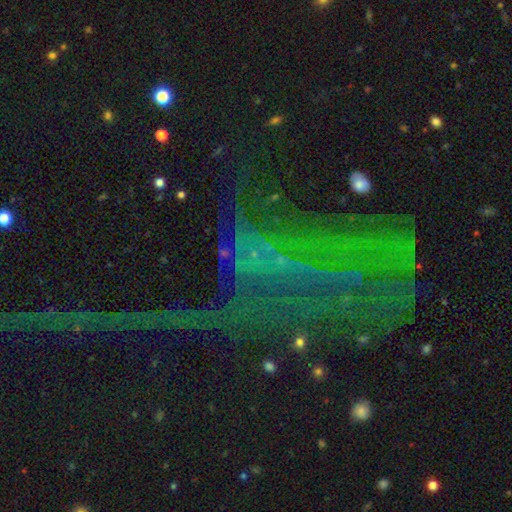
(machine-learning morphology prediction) This appears to be a star or artifact, not a galaxy (57%).